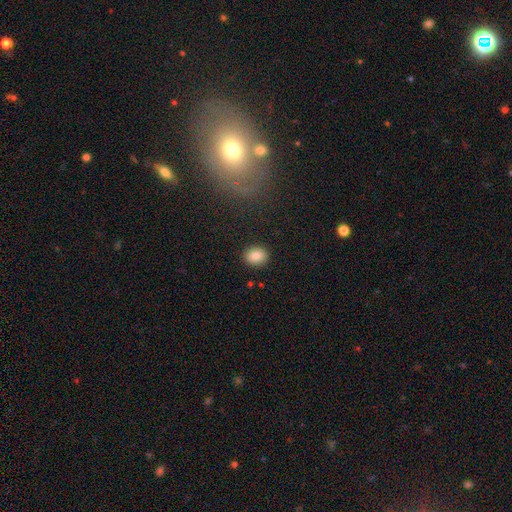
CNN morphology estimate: Smooth or featured: smooth — 84% (star or artifact — 9%)
How rounded: round — 50% (in between — 49%)
Merging: none — 89% (minor disturbance — 7%)